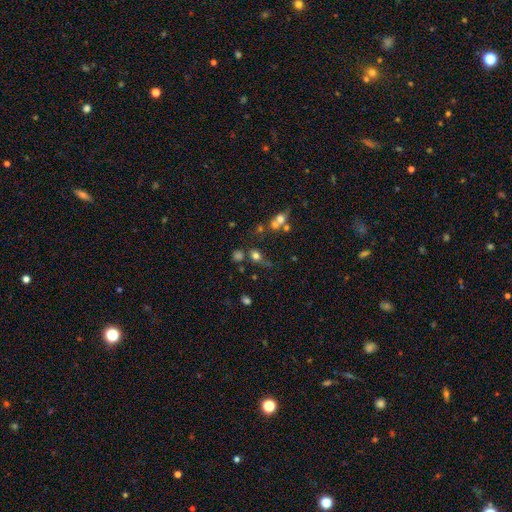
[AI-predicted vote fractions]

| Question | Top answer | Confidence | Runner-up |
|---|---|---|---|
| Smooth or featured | smooth | 71% | star or artifact (19%) |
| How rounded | round | 71% | in between (27%) |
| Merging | none | 56% | merger (18%) |